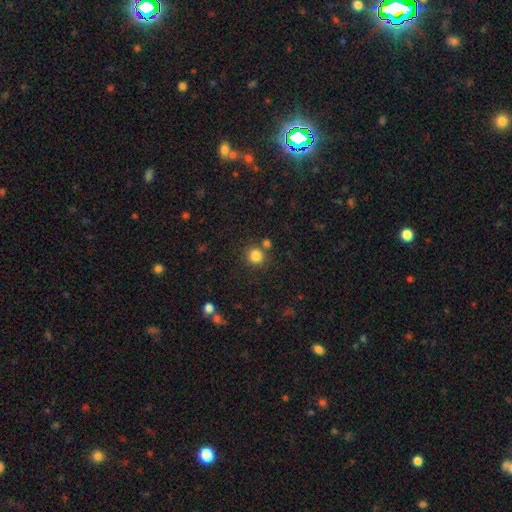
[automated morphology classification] Smooth or featured: smooth — 84% (star or artifact — 12%)
How rounded: round — 93% (in between — 6%)
Merging: none — 79% (merger — 10%)